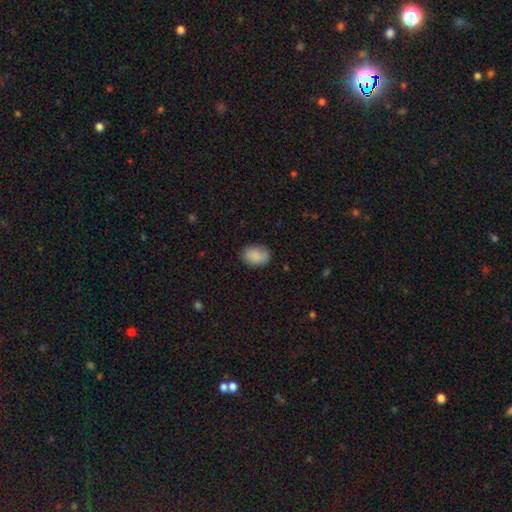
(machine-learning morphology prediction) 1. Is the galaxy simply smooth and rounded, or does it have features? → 88% smooth, 7% star or artifact, 5% featured or disk.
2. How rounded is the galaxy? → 69% in between, 30% round, 1% cigar-shaped.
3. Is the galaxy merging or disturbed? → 80% none, 15% minor disturbance, 3% major disturbance, 1% merger.